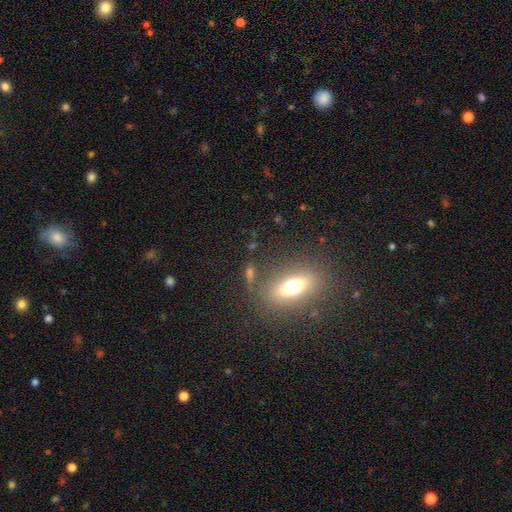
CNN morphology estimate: The model was most divided on "smooth or featured": smooth: 58%, featured or disk: 27%, star or artifact: 16%. More confident: merging — none (82%); how rounded — in between (68%).